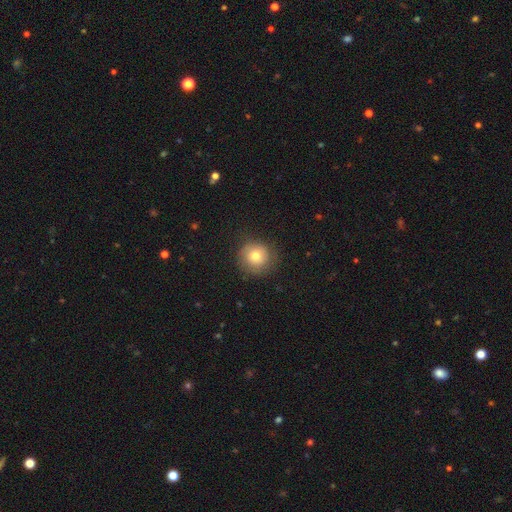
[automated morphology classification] Smooth or featured? Predicted: smooth (p=0.76). How rounded? Predicted: round (p=0.93). Merging? Predicted: none (p=0.81).